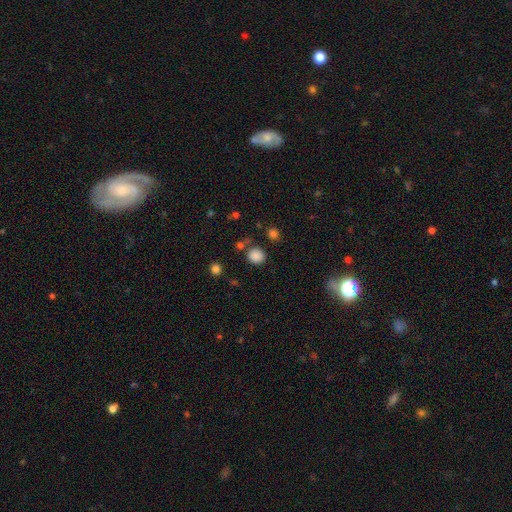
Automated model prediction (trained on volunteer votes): A smooth galaxy with no disk features (85%) that is round (82%).

Vote fractions:
- Smooth or featured? smooth: 85% / star or artifact: 12% / featured or disk: 4%
- How rounded? round: 82% / in between: 17% / cigar-shaped: 1%
- Merging? none: 79% / minor disturbance: 10% / merger: 6% / major disturbance: 4%